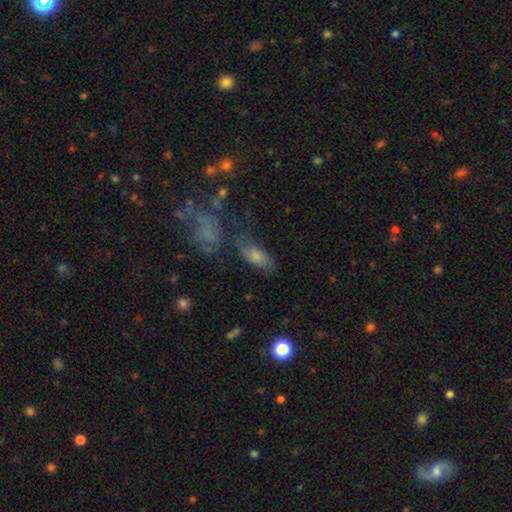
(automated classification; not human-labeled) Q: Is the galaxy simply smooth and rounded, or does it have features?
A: smooth — 68%.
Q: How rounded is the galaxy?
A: in between — 82%.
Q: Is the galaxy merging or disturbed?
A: none — 57%.